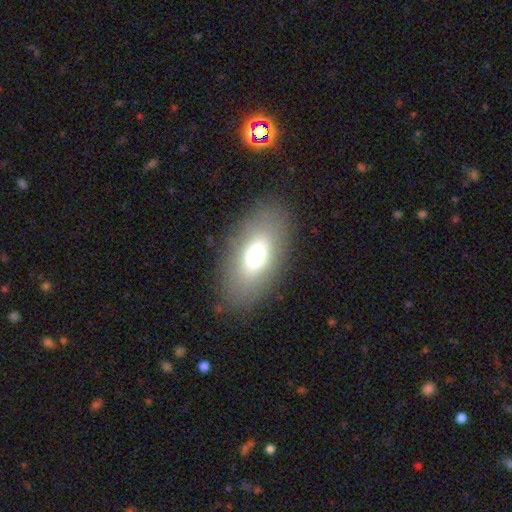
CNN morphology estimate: A smooth galaxy with no disk features (66%) that is in between round and cigar-shaped (88%).

Vote fractions:
- Smooth or featured? smooth: 66% / featured or disk: 23% / star or artifact: 10%
- How rounded? in between: 88% / round: 6% / cigar-shaped: 5%
- Merging? none: 84% / minor disturbance: 10% / major disturbance: 5% / merger: 1%